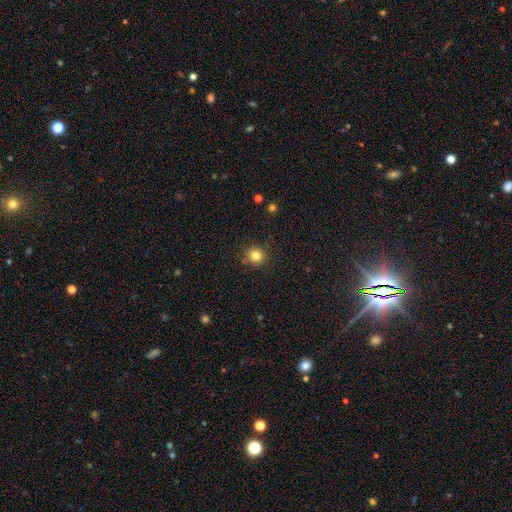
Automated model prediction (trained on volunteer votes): This appears to be a smooth galaxy with no disk features (82%) that is round (87%). Merging: none (88%).